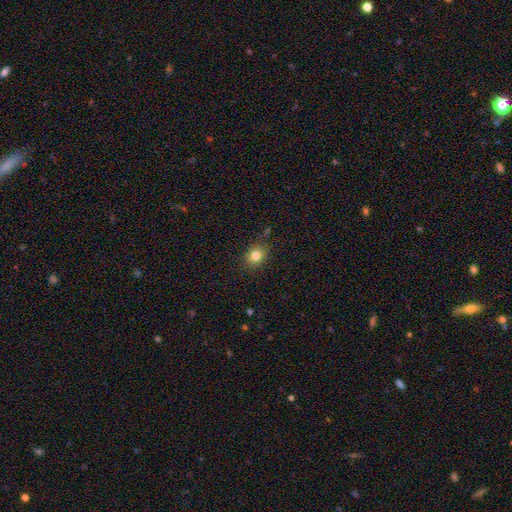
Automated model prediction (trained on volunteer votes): The model was most divided on "how rounded": round: 58%, in between: 41%, cigar-shaped: 1%. More confident: merging — none (83%); smooth or featured — smooth (81%).